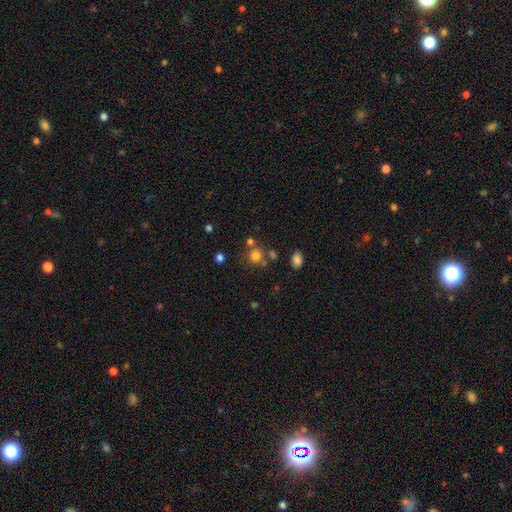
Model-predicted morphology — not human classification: smooth 75%, star or artifact 16%, featured or disk 9%. Down the decision tree: how rounded — round (84%); merging — none (64%).